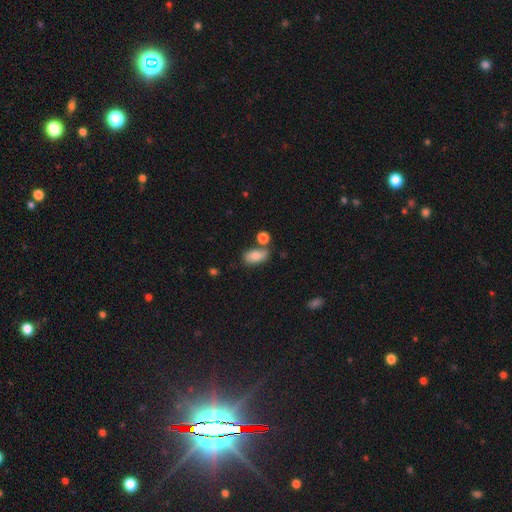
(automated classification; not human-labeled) Smooth or featured? Predicted: smooth (p=0.77). How rounded? Predicted: in between (p=0.89). Merging? Predicted: none (p=0.58).